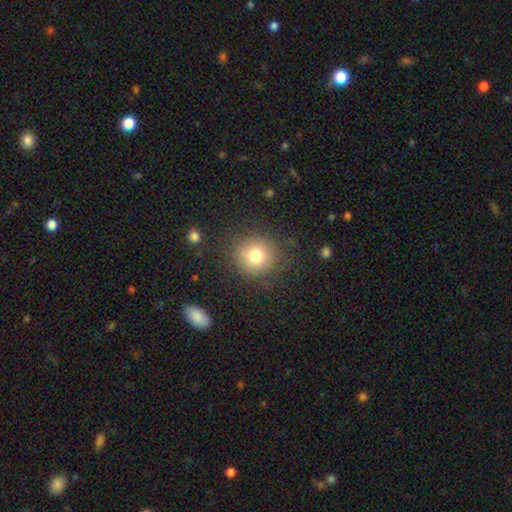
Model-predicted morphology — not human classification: Smooth or featured: smooth — 76% (star or artifact — 13%)
How rounded: round — 91% (in between — 8%)
Merging: none — 84% (minor disturbance — 10%)